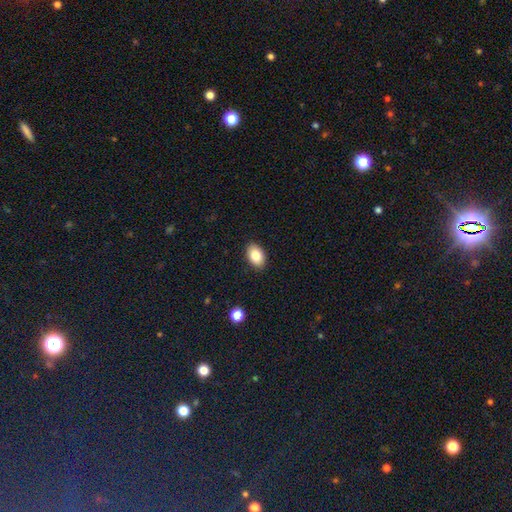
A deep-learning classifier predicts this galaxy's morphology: smooth_or_featured: smooth (p=0.85) [alt: star or artifact p=0.08]
how_rounded: in between (p=0.89) [alt: round p=0.10]
merging: none (p=0.89) [alt: minor disturbance p=0.08]